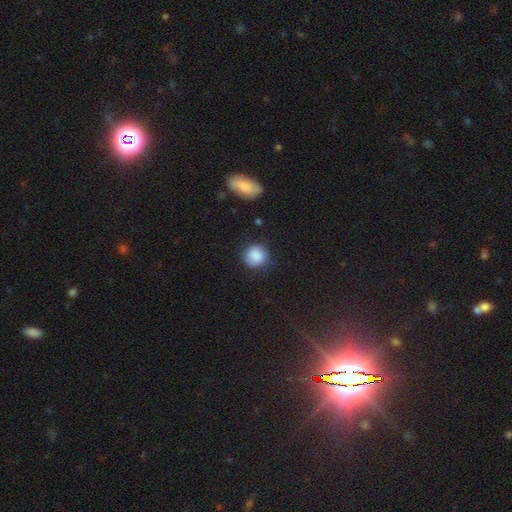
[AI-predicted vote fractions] The model was most divided on "merging": none: 79%, minor disturbance: 15%, major disturbance: 4%, merger: 2%. More confident: how rounded — round (86%); smooth or featured — smooth (85%).